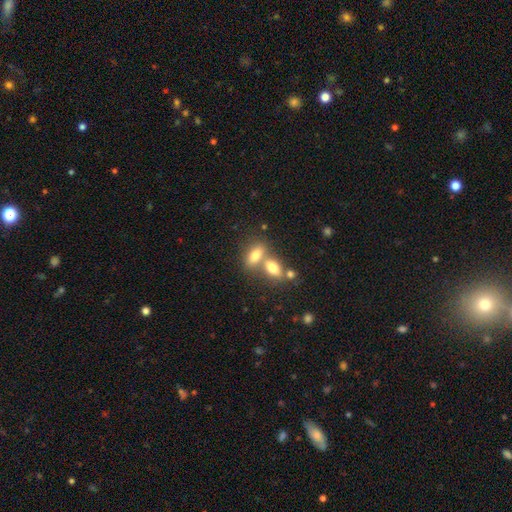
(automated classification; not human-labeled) Morphology: type=smooth (77%); roundness=in between (82%); merging=merger (53%).